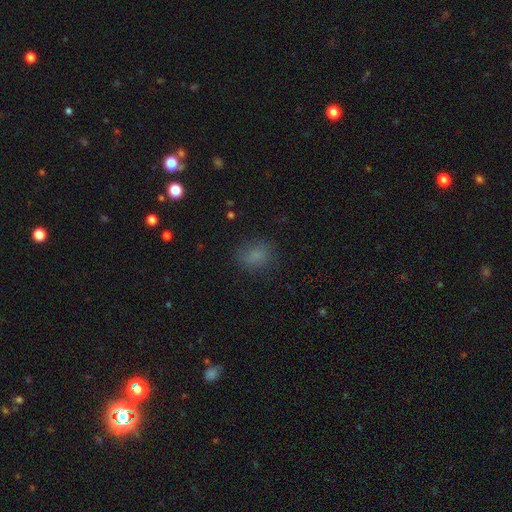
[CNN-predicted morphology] The model was most divided on "how rounded": in between: 54%, round: 45%, cigar-shaped: 1%. More confident: smooth or featured — smooth (79%); merging — none (78%).